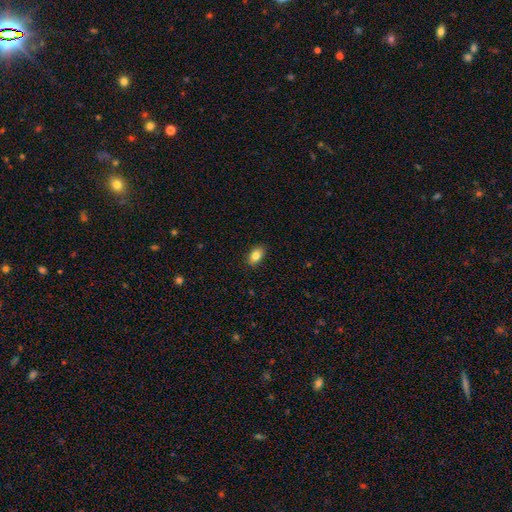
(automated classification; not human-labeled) Overall: smooth (85%). How rounded: in between (87%). Merging: none (88%).